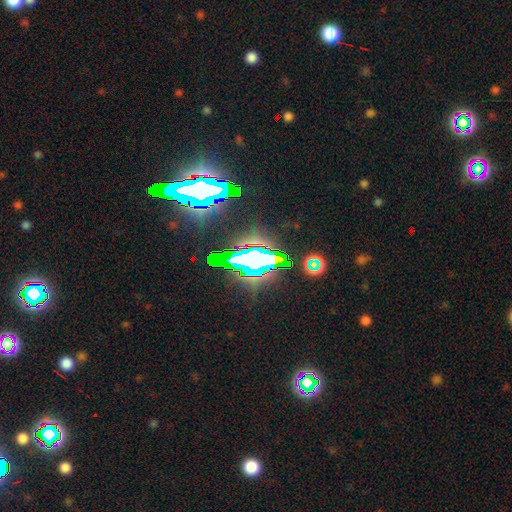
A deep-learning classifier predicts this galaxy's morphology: This appears to be a star or artifact, not a galaxy (70%).